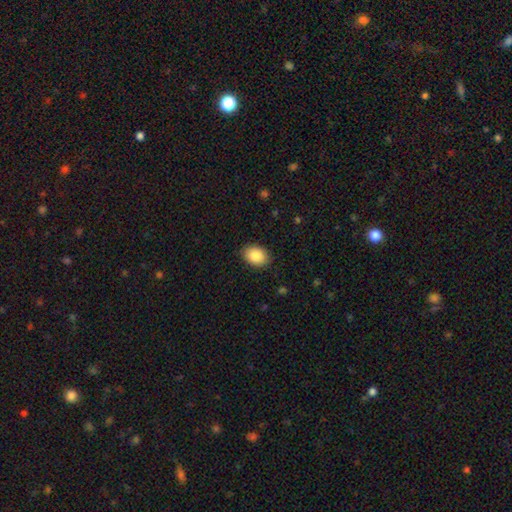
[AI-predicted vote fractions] This is clearly a smooth galaxy (88%). How rounded: likely in between (75%). Merging: clearly none (87%).